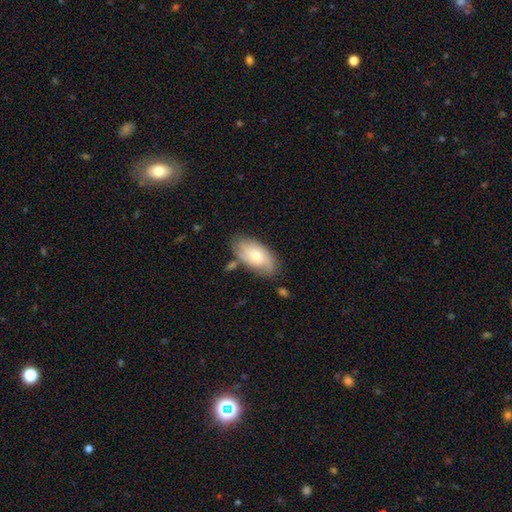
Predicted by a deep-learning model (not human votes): Smooth or featured? smooth (55%)
How rounded? in between (93%)
Merging? none (67%)